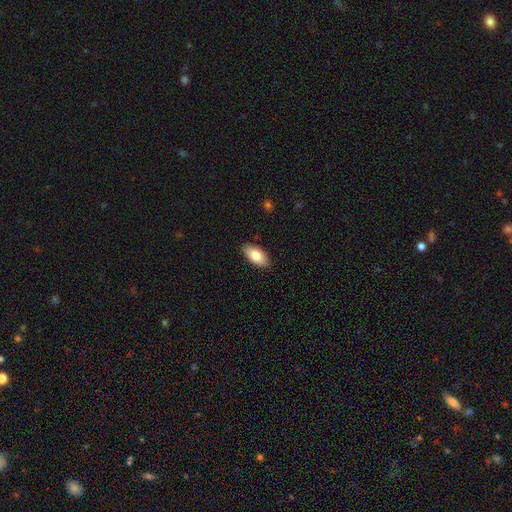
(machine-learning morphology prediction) A smooth galaxy with no disk features (85%) that is in between round and cigar-shaped (93%).

Vote fractions:
- Smooth or featured? smooth: 85% / featured or disk: 9% / star or artifact: 6%
- How rounded? in between: 93% / cigar-shaped: 5% / round: 2%
- Merging? none: 88% / minor disturbance: 10% / major disturbance: 2% / merger: 1%